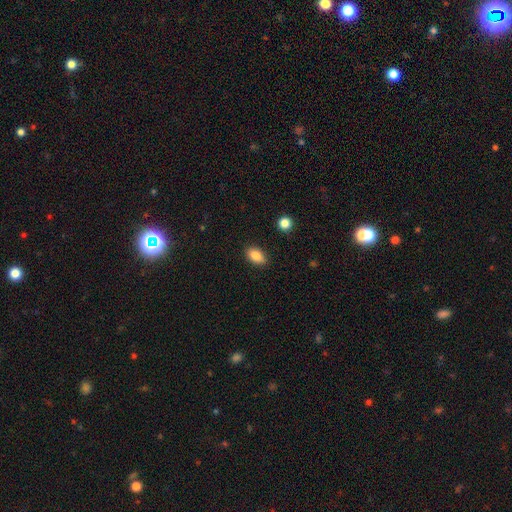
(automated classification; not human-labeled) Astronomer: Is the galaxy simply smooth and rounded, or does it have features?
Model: smooth — 86%.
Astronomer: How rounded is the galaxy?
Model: in between — 89%.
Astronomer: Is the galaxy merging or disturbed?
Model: none — 87%.